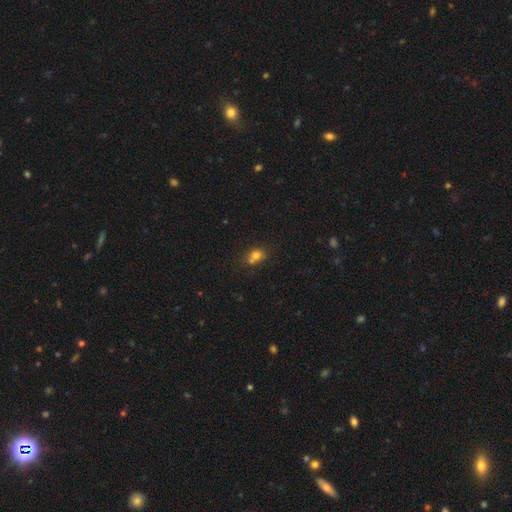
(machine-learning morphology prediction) A smooth galaxy with no disk features (74%) that is round (58%). Merging: none (49%).